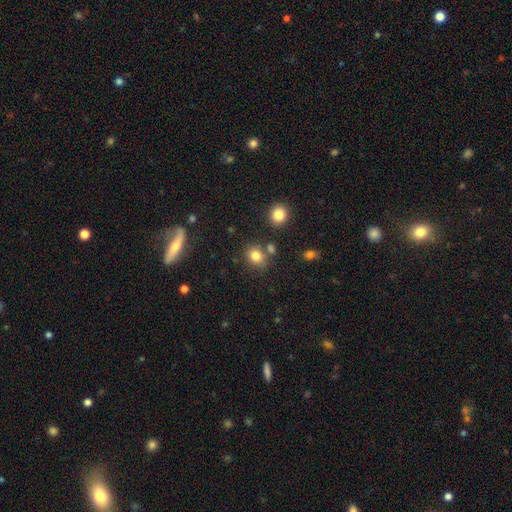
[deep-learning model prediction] smooth 80%, star or artifact 13%, featured or disk 7%. Down the decision tree: how rounded — round (71%); merging — none (74%).